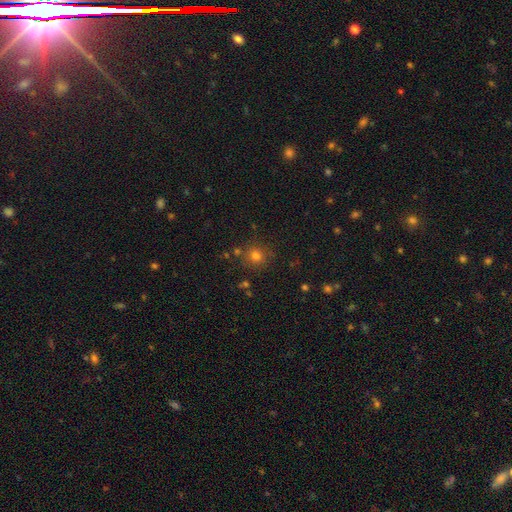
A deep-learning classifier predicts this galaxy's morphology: This is likely a smooth galaxy (76%). How rounded: clearly round (89%). Merging: clearly none (80%).